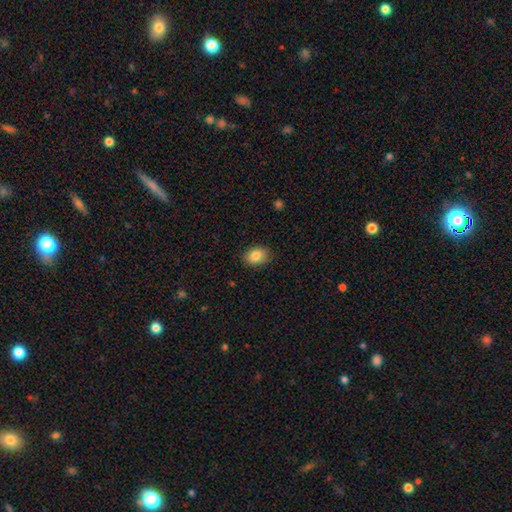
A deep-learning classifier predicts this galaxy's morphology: A smooth galaxy with no disk features (86%) that is in between round and cigar-shaped (73%).

Vote fractions:
- Smooth or featured? smooth: 86% / star or artifact: 8% / featured or disk: 6%
- How rounded? in between: 73% / round: 26% / cigar-shaped: 1%
- Merging? none: 84% / minor disturbance: 12% / major disturbance: 3% / merger: 1%